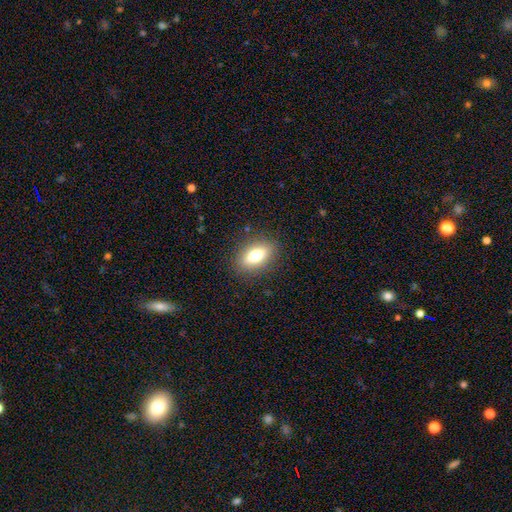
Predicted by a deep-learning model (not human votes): Overall: smooth (75%). How rounded: in between (84%). Merging: none (87%).